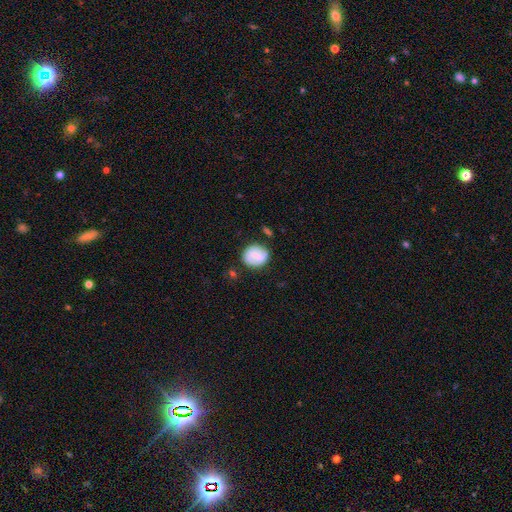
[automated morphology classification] This appears to be a smooth galaxy with no disk features (63%) that is round (74%). Merging: none (72%).